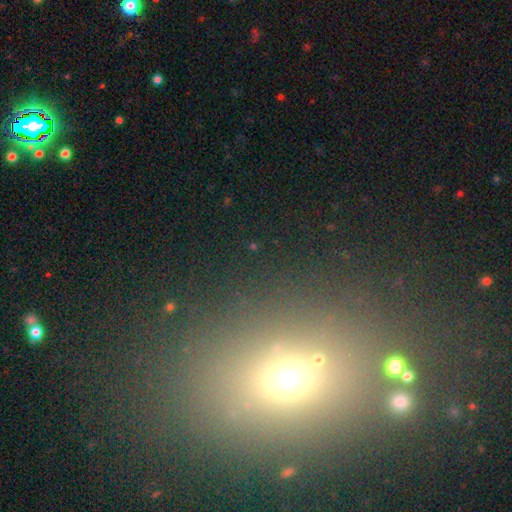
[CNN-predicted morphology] smooth-or-featured: smooth: 45% | star or artifact: 42% | featured or disk: 13%
  merging: none: 79% | minor disturbance: 9% | major disturbance: 6% | merger: 5%